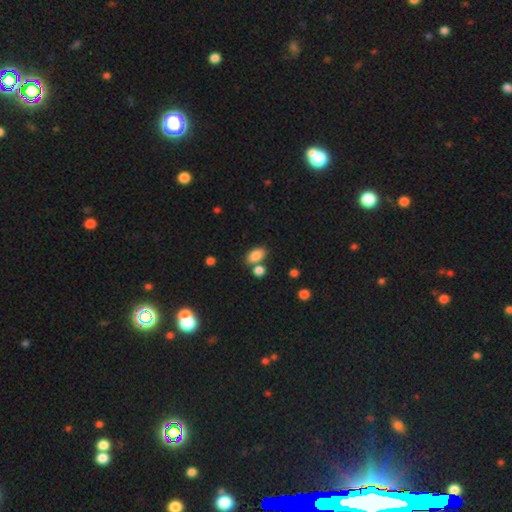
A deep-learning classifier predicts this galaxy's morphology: A smooth galaxy with no disk features (84%) that is in between round and cigar-shaped (89%). Merging: none (60%).